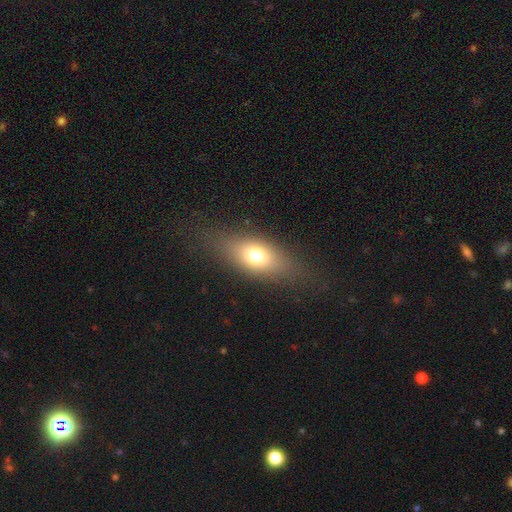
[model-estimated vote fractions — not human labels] Smooth or featured? Predicted: smooth (p=0.69). How rounded? Predicted: in between (p=0.75). Merging? Predicted: none (p=0.75).